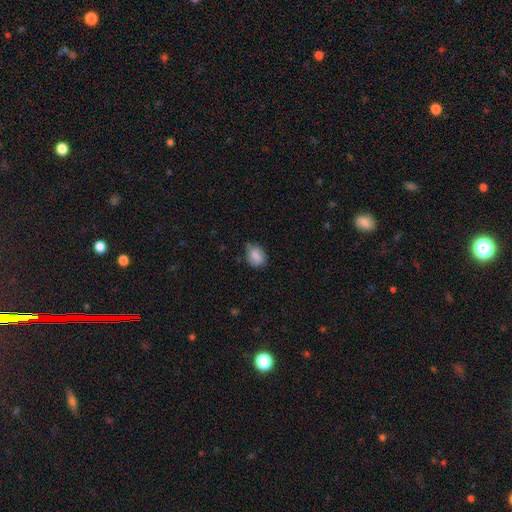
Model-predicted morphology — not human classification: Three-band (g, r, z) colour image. It shows a smooth galaxy with no disk features (81%) that is in between round and cigar-shaped (63%). Merging: none (63%).